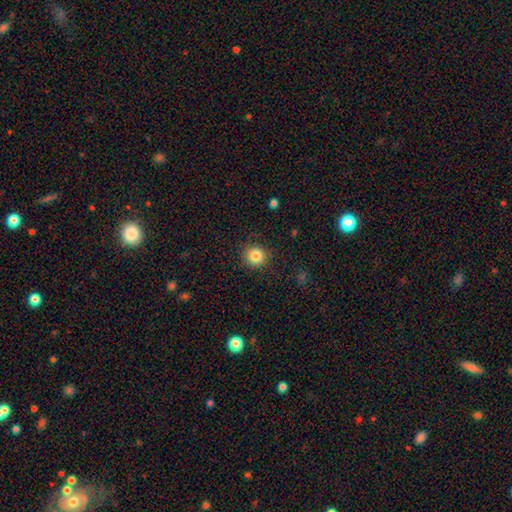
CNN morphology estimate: smooth 83%, star or artifact 11%, featured or disk 5%. Down the decision tree: how rounded — round (92%); merging — none (89%).